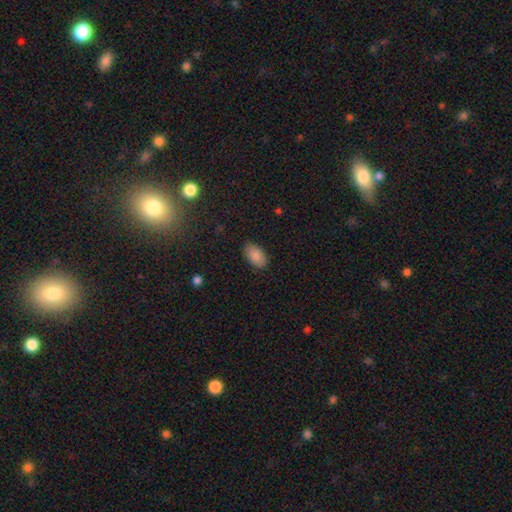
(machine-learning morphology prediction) The model was most divided on "merging": none: 86%, minor disturbance: 10%, major disturbance: 3%, merger: 1%. More confident: how rounded — in between (94%); smooth or featured — smooth (88%).